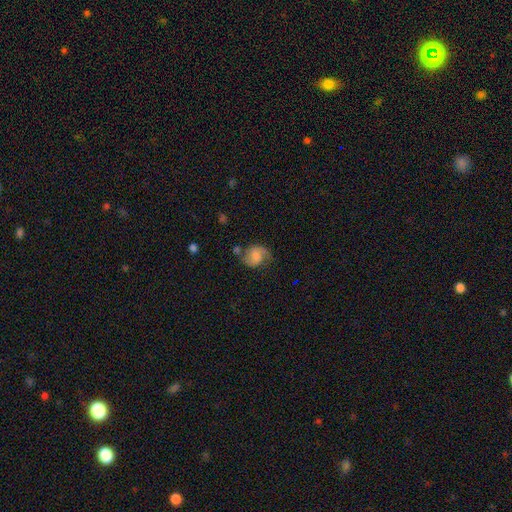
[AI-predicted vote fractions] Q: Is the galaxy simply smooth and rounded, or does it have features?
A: featured or disk — 57%.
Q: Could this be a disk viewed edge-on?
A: no — 97%.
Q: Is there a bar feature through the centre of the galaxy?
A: weak — 46%.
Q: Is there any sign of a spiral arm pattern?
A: yes — 91%.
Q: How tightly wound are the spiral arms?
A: medium — 46%.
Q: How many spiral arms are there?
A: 2 — 87%.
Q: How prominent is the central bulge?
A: moderate — 30%.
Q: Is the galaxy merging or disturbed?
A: none — 63%.